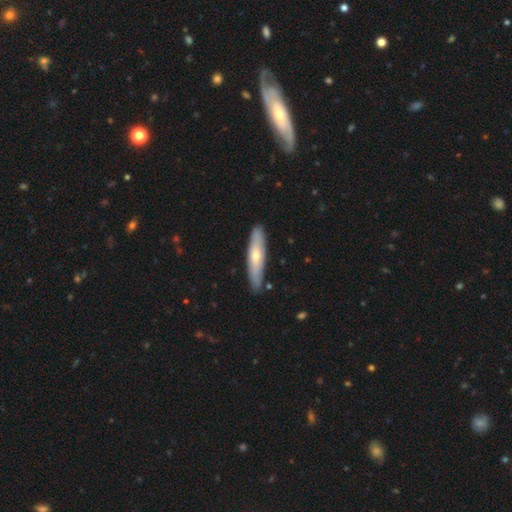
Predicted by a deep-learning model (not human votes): This appears to be a smooth galaxy with no disk features (50%) that is cigar-shaped (81%). Merging: none (86%).